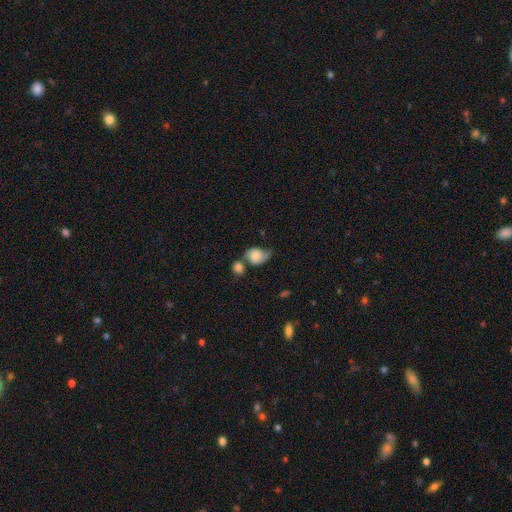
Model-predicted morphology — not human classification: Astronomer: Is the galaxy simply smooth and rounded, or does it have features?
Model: smooth — 59%.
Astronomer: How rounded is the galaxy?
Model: in between — 55% (runner-up: round, 44%).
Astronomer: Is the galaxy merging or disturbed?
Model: merger — 33% (runner-up: none, 28%).